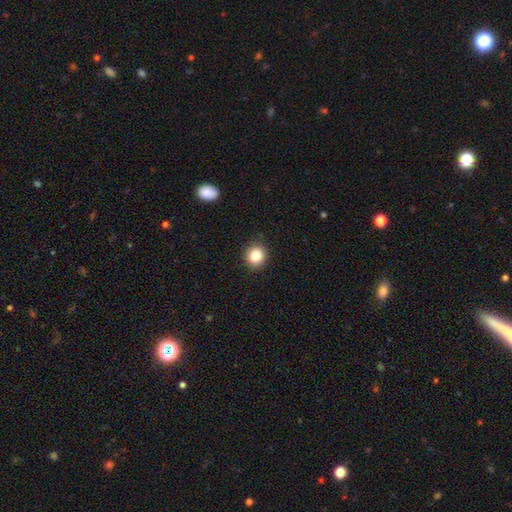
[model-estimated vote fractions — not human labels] Q: Smooth or featured?
A: smooth (85%); runner-up: star or artifact (10%)
Q: How rounded?
A: round (86%); runner-up: in between (13%)
Q: Merging?
A: none (91%); runner-up: minor disturbance (7%)